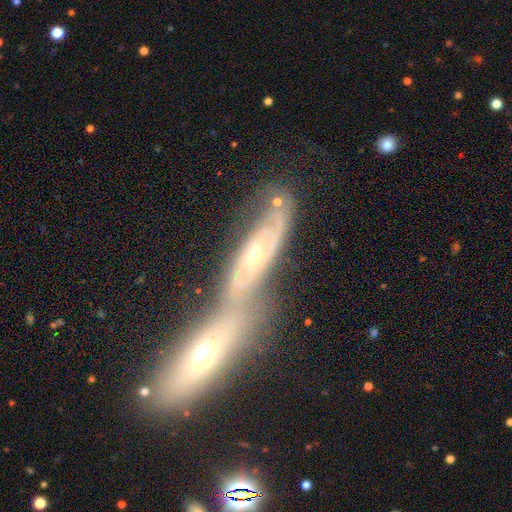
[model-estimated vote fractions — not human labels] Smooth or featured? Predicted: featured or disk (p=0.75). Edge-on disk? Predicted: no (p=0.76). Bar? Predicted: no (p=0.74). Spiral arms? Predicted: yes (p=0.82). Bulge size? Predicted: small (p=0.57). Merging? Predicted: merger (p=0.42).